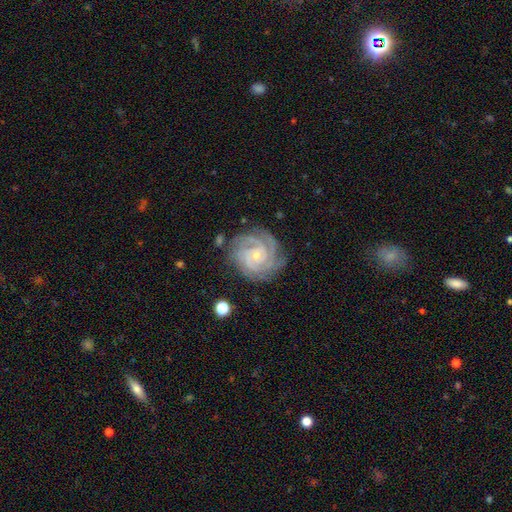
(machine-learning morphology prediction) This is clearly a featured or disk galaxy (90%). It is clearly not viewed edge-on (98%). Bar: likely no (72%). Spiral arm pattern: clearly yes (98%). Spiral arm count: marginally 3 (35%). Spiral winding: likely tight (79%). Central bulge: likely small (78%). Merging: likely none (77%).